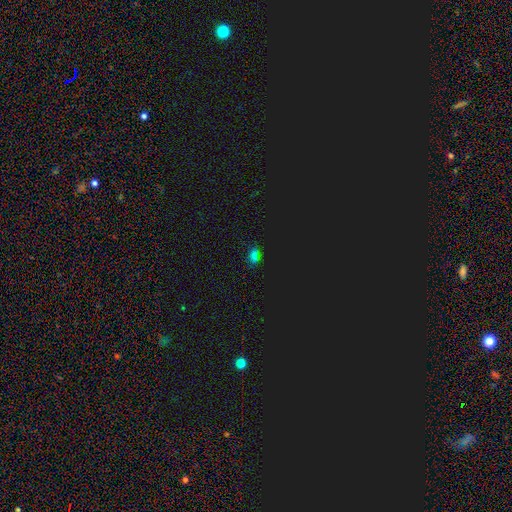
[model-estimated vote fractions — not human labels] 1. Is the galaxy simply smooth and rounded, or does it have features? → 49% smooth, 44% star or artifact, 7% featured or disk.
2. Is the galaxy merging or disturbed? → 80% none, 14% minor disturbance, 4% major disturbance, 2% merger.